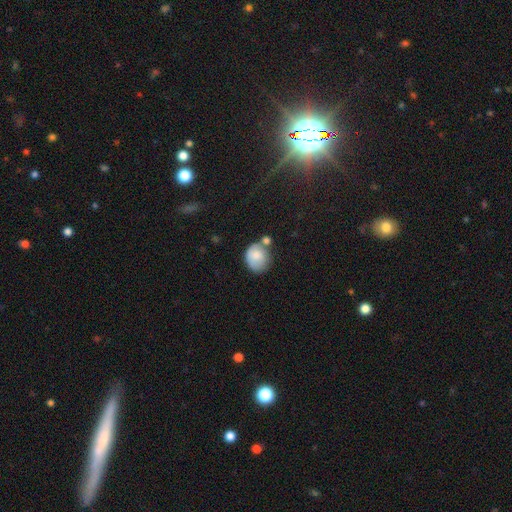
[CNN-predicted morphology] A smooth galaxy with no disk features (78%) that is round (58%). Merging: none (45%).